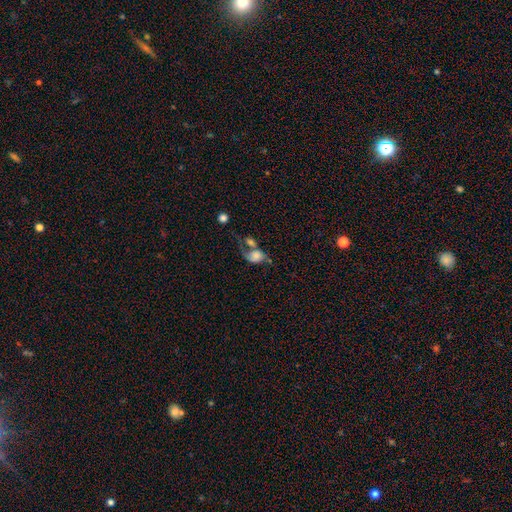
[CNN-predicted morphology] Smooth or featured? smooth (52%)
How rounded? in between (61%)
Merging? merger (50%)